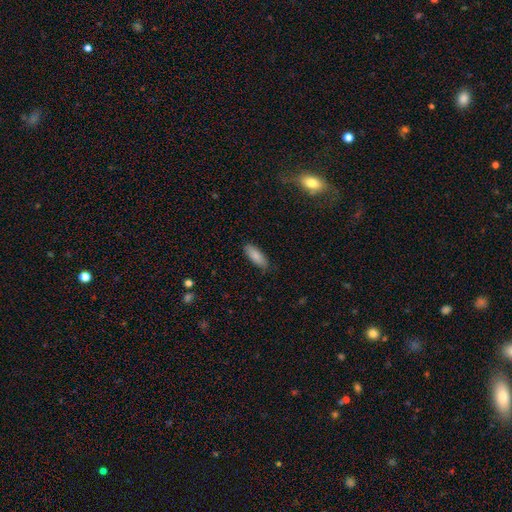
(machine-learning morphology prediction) Q: Smooth or featured?
A: smooth (86%); runner-up: featured or disk (7%)
Q: How rounded?
A: in between (69%); runner-up: cigar-shaped (30%)
Q: Merging?
A: none (81%); runner-up: minor disturbance (15%)